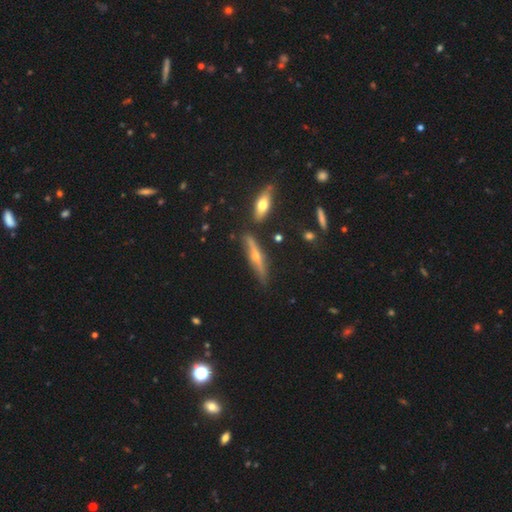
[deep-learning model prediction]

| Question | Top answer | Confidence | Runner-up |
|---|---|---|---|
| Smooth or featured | featured or disk | 65% | smooth (25%) |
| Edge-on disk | yes | 93% | no (7%) |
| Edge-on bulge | rounded | 89% | none (8%) |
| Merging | none | 78% | minor disturbance (13%) |